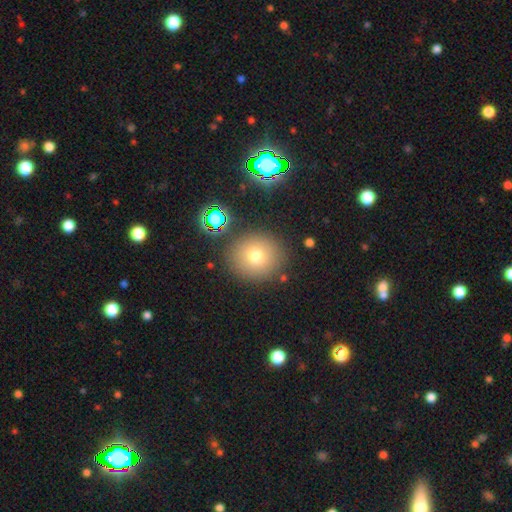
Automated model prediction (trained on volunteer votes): Smooth or featured?
  - smooth: 74% *
  - star or artifact: 15%
  - featured or disk: 11%
How rounded?
  - round: 88% *
  - in between: 11%
  - cigar-shaped: 1%
Merging?
  - none: 85% *
  - minor disturbance: 8%
  - merger: 4%
  - major disturbance: 3%